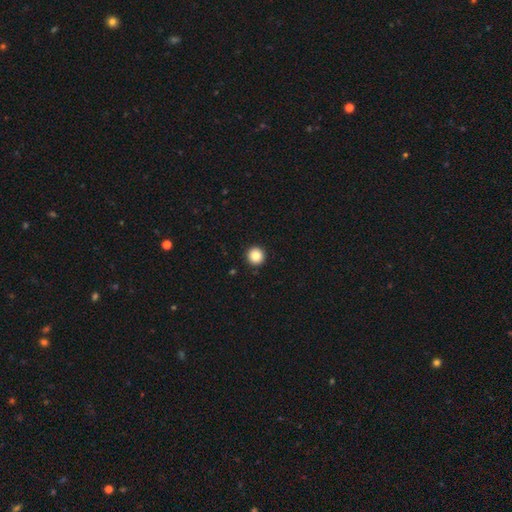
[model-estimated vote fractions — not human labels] Morphology: type=smooth (85%); roundness=round (96%); merging=none (94%).